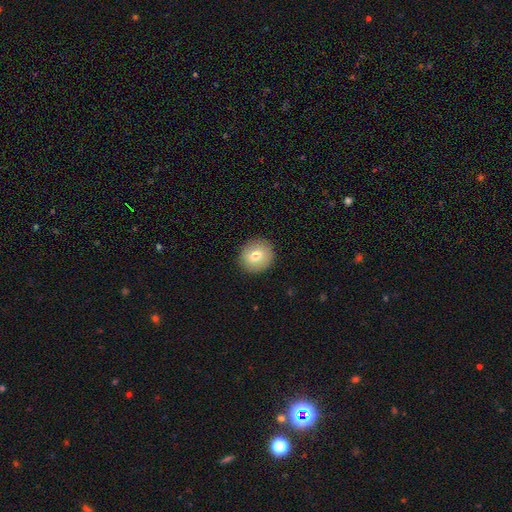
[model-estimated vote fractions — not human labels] smooth-or-featured: smooth: 74% | featured or disk: 17% | star or artifact: 8%
  how-rounded: round: 85% | in between: 14% | cigar-shaped: 1%
  merging: none: 90% | minor disturbance: 7% | major disturbance: 2% | merger: 1%